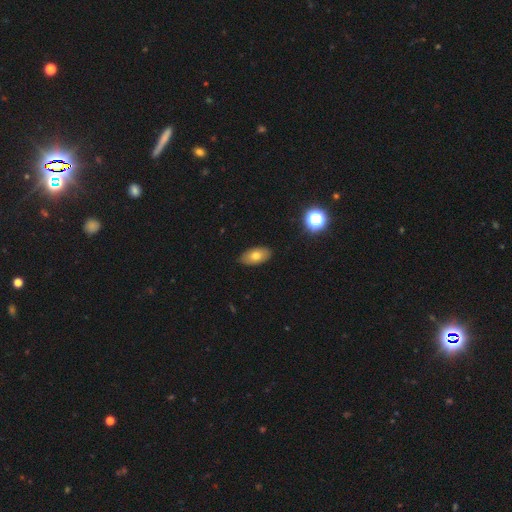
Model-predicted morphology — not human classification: Smooth or featured?
  - smooth: 73% *
  - featured or disk: 18%
  - star or artifact: 9%
How rounded?
  - in between: 92% *
  - round: 5%
  - cigar-shaped: 3%
Merging?
  - none: 87% *
  - minor disturbance: 10%
  - major disturbance: 2%
  - merger: 1%